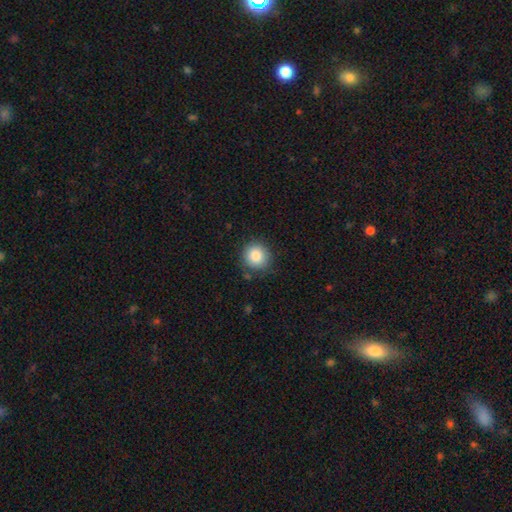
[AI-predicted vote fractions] Smooth or featured: smooth — 85% (star or artifact — 9%)
How rounded: round — 91% (in between — 8%)
Merging: none — 84% (minor disturbance — 11%)